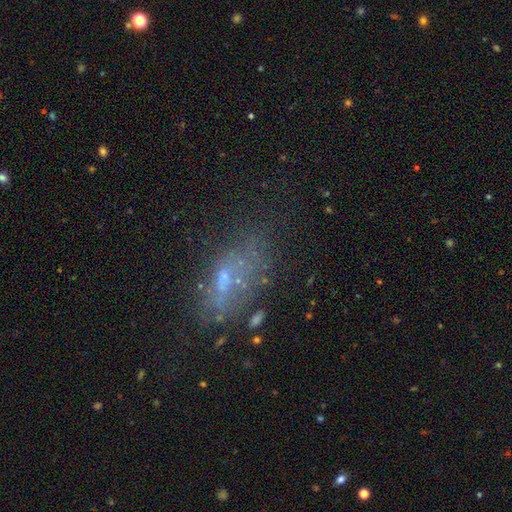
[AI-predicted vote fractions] Smooth or featured? featured or disk (39%)
Merging? none (50%)